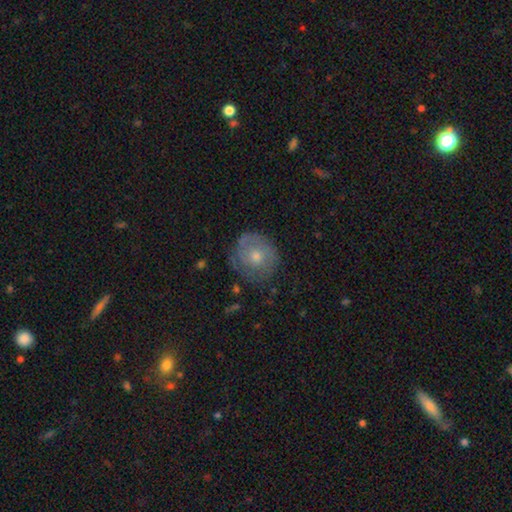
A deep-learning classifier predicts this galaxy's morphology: smooth_or_featured: smooth (p=0.56) [alt: featured or disk p=0.36]
how_rounded: round (p=0.85) [alt: in between p=0.14]
merging: none (p=0.69) [alt: minor disturbance p=0.22]